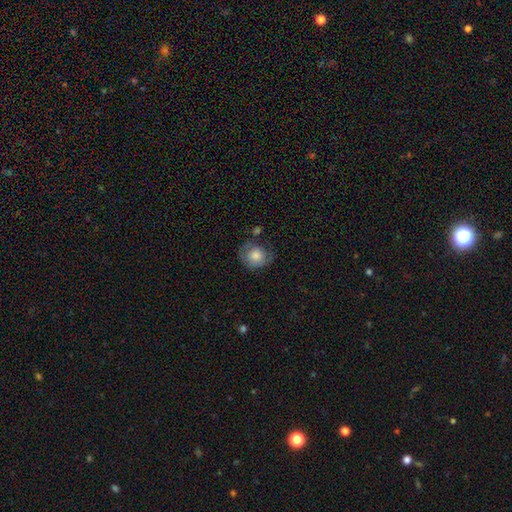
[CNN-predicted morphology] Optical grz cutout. It shows a smooth galaxy with no disk features (69%) that is round (72%). Merging: none (55%).